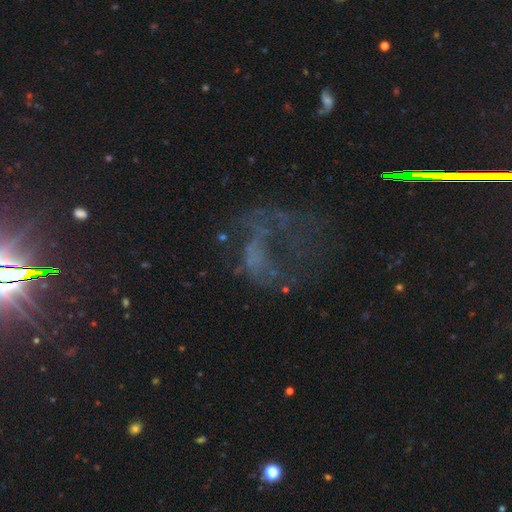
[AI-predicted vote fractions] A featured or disk galaxy (52%) with no bar (88%), no spiral arms (82%) and no central bulge (79%).

Vote fractions:
- Smooth or featured? featured or disk: 52% / star or artifact: 29% / smooth: 19%
- Edge-on disk? no: 97% / yes: 3%
- Bar? no: 88% / weak: 9% / strong: 3%
- Spiral arms? no: 82% / yes: 18%
- Bulge size? none: 79% / small: 11% / moderate: 6% / large: 2% / dominant: 1%
- Merging? major disturbance: 51% / none: 31% / minor disturbance: 12% / merger: 6%